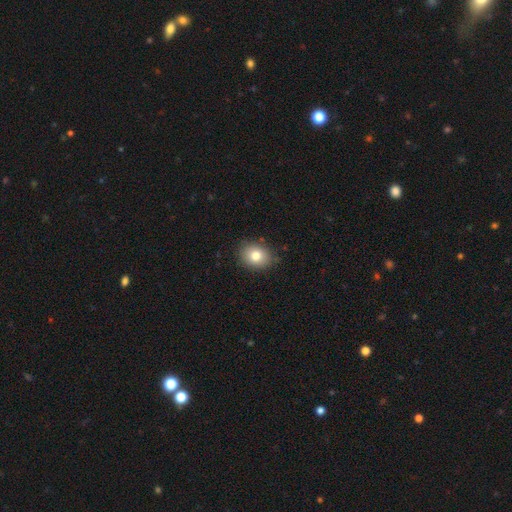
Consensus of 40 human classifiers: Smooth or featured? smooth (80%)
How rounded? in between (66%)
Merging? none (84%)